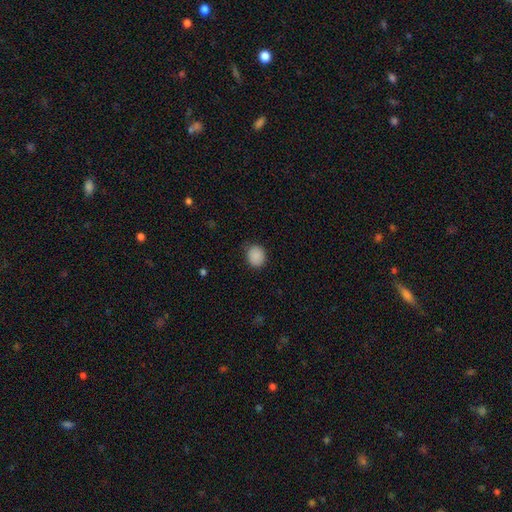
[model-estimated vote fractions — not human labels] A smooth galaxy with no disk features (88%) that is round (71%).

Vote fractions:
- Smooth or featured? smooth: 88% / star or artifact: 8% / featured or disk: 3%
- How rounded? round: 71% / in between: 28% / cigar-shaped: 1%
- Merging? none: 82% / minor disturbance: 14% / major disturbance: 3% / merger: 1%